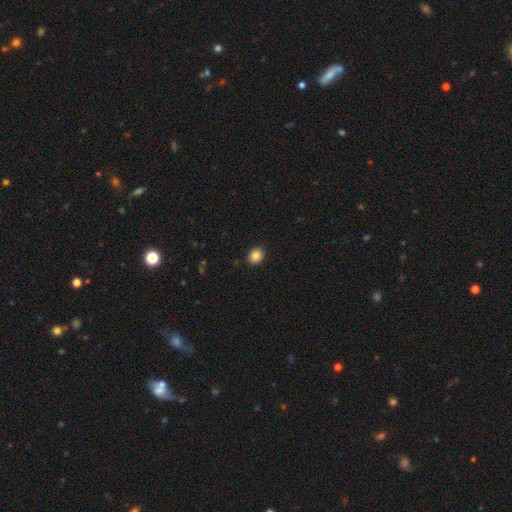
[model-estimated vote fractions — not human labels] smooth-or-featured: smooth: 86% | star or artifact: 9% | featured or disk: 5%
  how-rounded: round: 53% | in between: 46% | cigar-shaped: 1%
  merging: none: 89% | minor disturbance: 8% | major disturbance: 2% | merger: 1%